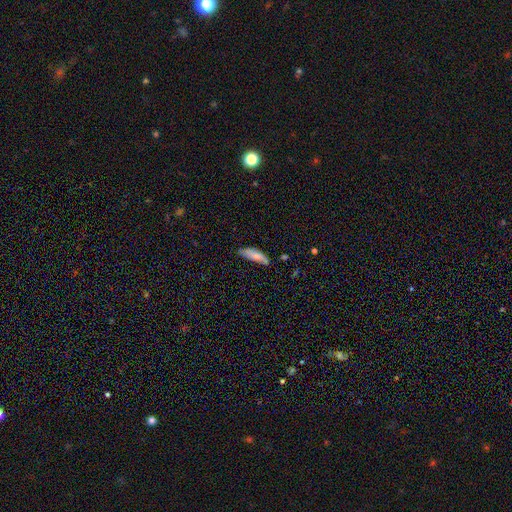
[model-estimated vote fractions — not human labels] This appears to be a smooth galaxy with no disk features (75%) that is cigar-shaped (49%, tied with in between). Merging: none (58%).